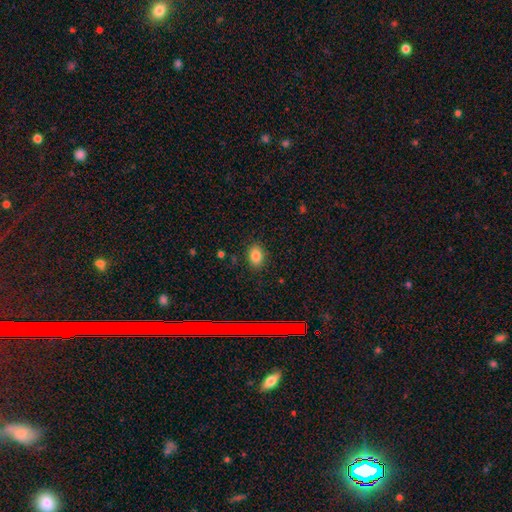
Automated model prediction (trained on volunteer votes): Smooth or featured? smooth (84%)
How rounded? in between (78%)
Merging? none (87%)